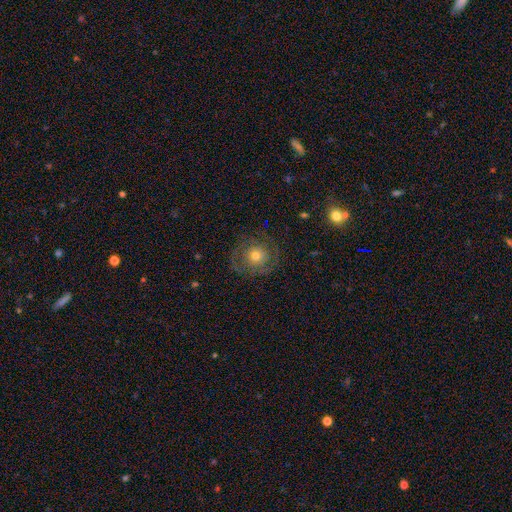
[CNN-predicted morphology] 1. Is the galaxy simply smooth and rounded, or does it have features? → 54% featured or disk, 36% smooth, 10% star or artifact.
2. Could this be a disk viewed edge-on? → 97% no, 3% yes.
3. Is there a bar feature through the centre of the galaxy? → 87% no, 11% weak, 3% strong.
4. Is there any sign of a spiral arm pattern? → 66% yes, 34% no.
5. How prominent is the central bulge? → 59% moderate, 31% small, 7% large, 1% dominant, 1% none.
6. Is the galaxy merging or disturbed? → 78% none, 12% minor disturbance, 9% major disturbance, 1% merger.